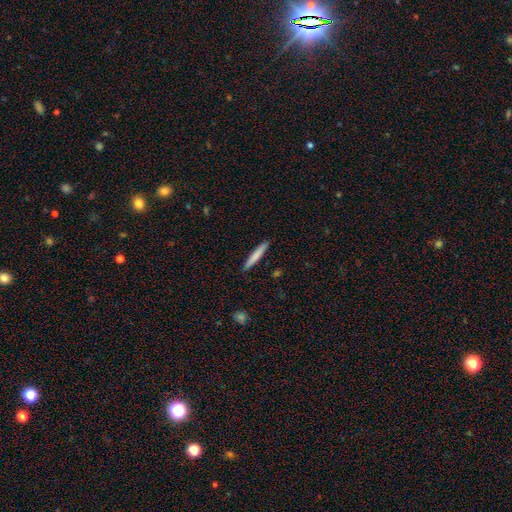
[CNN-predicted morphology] The model was most divided on "smooth or featured": smooth: 77%, featured or disk: 18%, star or artifact: 5%. More confident: how rounded — cigar-shaped (94%); merging — none (91%).